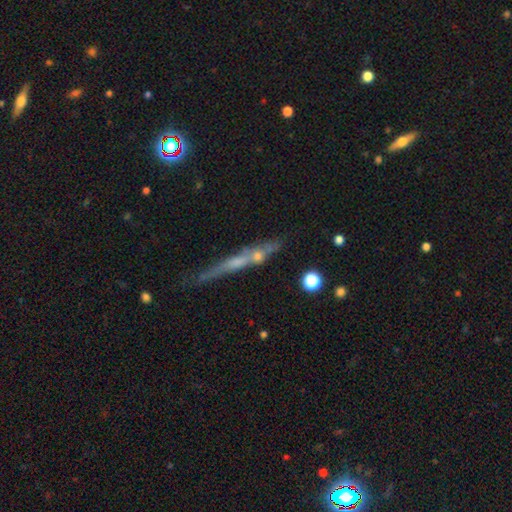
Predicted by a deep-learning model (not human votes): A featured or disk galaxy (58%) viewed edge-on (85%).

Vote fractions:
- Smooth or featured? featured or disk: 58% / smooth: 30% / star or artifact: 12%
- Edge-on disk? yes: 85% / no: 15%
- Merging? none: 59% / minor disturbance: 18% / merger: 15% / major disturbance: 8%